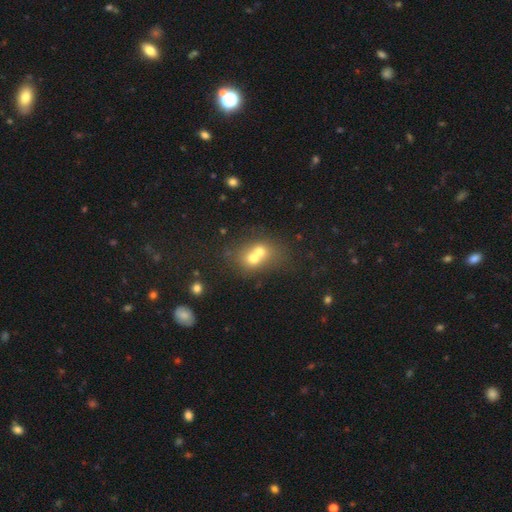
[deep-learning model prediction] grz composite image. It shows a smooth galaxy with no disk features (62%) that is round (63%). Merging: merger (68%).